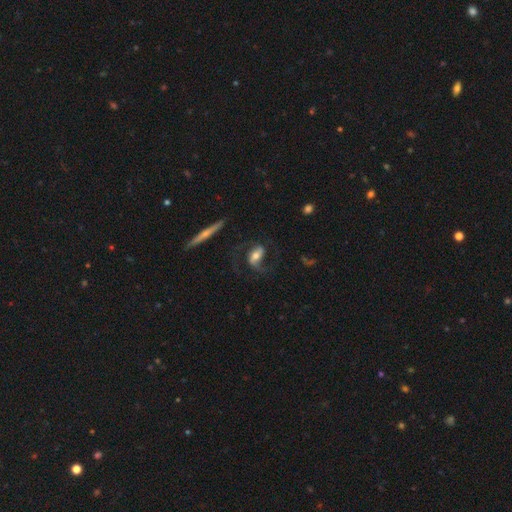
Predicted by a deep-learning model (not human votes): A featured or disk galaxy (75%) with a weak bar (36%), 2 (86%) loose (48%) spiral arms (92%) and a moderate central bulge (60%). Merging: none (61%).